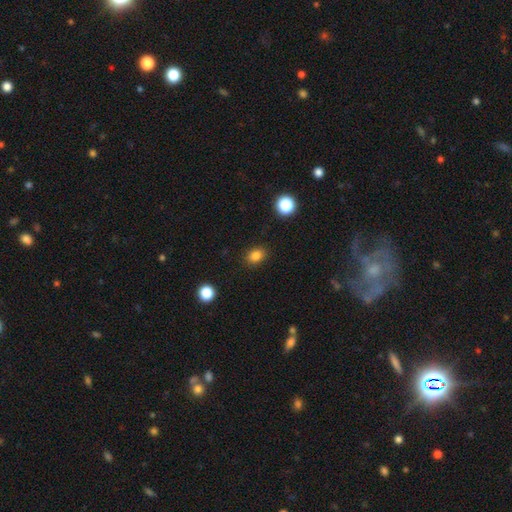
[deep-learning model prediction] A smooth galaxy with no disk features (83%) that is in between round and cigar-shaped (57%).

Vote fractions:
- Smooth or featured? smooth: 83% / star or artifact: 12% / featured or disk: 5%
- How rounded? in between: 57% / round: 42% / cigar-shaped: 1%
- Merging? none: 88% / minor disturbance: 8% / major disturbance: 2% / merger: 1%